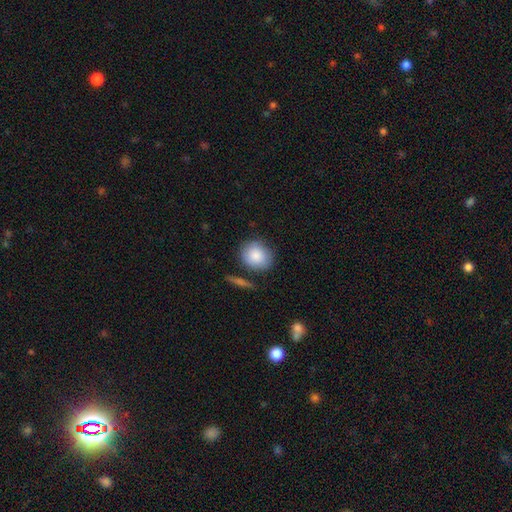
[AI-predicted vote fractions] The model was most divided on "how rounded": round: 77%, in between: 22%, cigar-shaped: 1%. More confident: smooth or featured — smooth (87%); merging — none (78%).